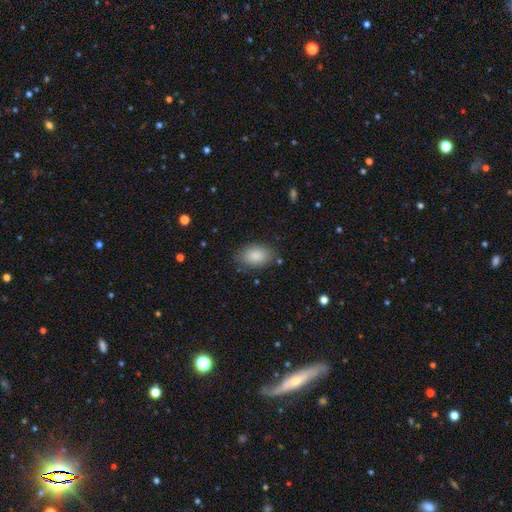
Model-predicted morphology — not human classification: smooth-or-featured: smooth: 87% | star or artifact: 7% | featured or disk: 6%
  how-rounded: in between: 89% | round: 10% | cigar-shaped: 1%
  merging: none: 82% | minor disturbance: 13% | major disturbance: 4% | merger: 2%